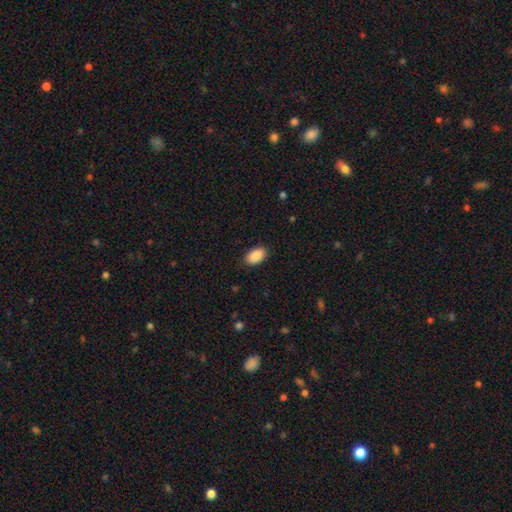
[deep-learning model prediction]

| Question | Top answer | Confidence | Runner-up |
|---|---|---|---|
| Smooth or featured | smooth | 90% | star or artifact (7%) |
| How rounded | in between | 94% | round (5%) |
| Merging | none | 88% | minor disturbance (9%) |